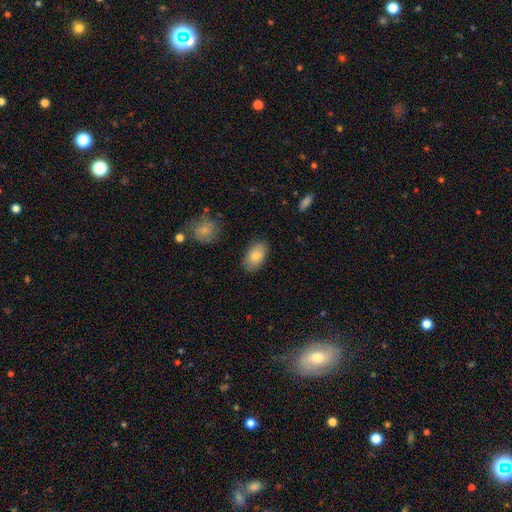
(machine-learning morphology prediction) type=smooth (80%); roundness=in between (93%); merging=none (85%).